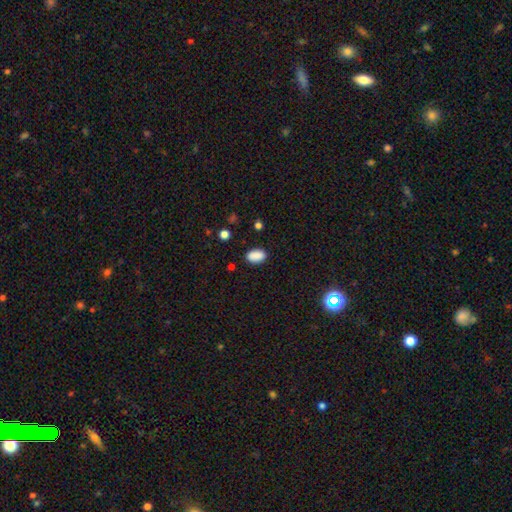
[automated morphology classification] Overall: smooth (88%). How rounded: in between (91%). Merging: none (86%).